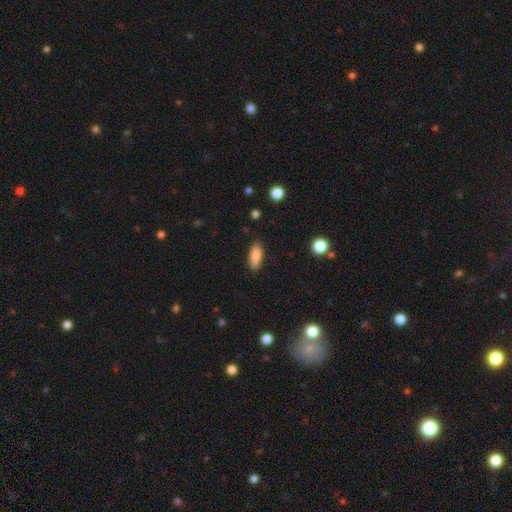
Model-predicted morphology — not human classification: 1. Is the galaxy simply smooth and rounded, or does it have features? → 84% smooth, 9% featured or disk, 7% star or artifact.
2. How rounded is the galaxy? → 72% in between, 26% cigar-shaped, 2% round.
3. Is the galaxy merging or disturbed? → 86% none, 10% minor disturbance, 2% major disturbance, 1% merger.